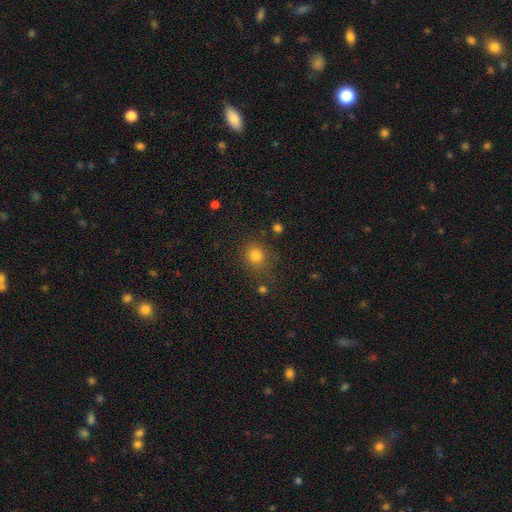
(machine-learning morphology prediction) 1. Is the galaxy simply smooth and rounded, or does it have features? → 79% smooth, 15% star or artifact, 6% featured or disk.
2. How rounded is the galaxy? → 84% round, 15% in between, 1% cigar-shaped.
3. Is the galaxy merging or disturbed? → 76% none, 14% minor disturbance, 5% major disturbance, 5% merger.